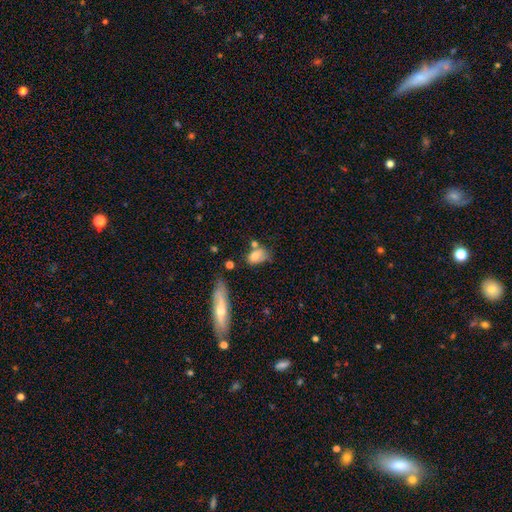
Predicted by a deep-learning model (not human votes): Q: Smooth or featured?
A: smooth (72%); runner-up: featured or disk (19%)
Q: How rounded?
A: in between (80%); runner-up: round (14%)
Q: Merging?
A: none (43%); runner-up: minor disturbance (27%)